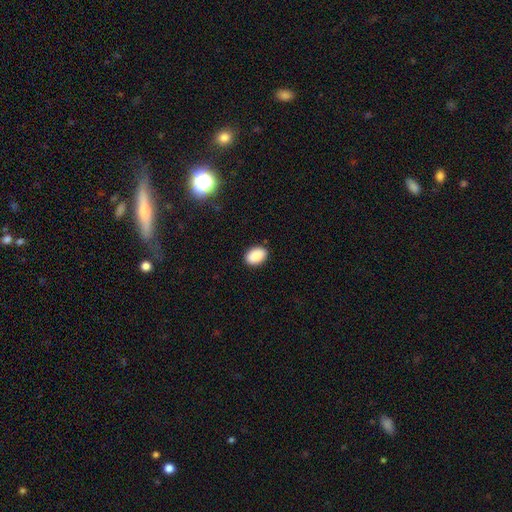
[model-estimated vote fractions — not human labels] Smooth or featured: smooth — 89% (star or artifact — 8%)
How rounded: in between — 85% (round — 14%)
Merging: none — 89% (minor disturbance — 8%)